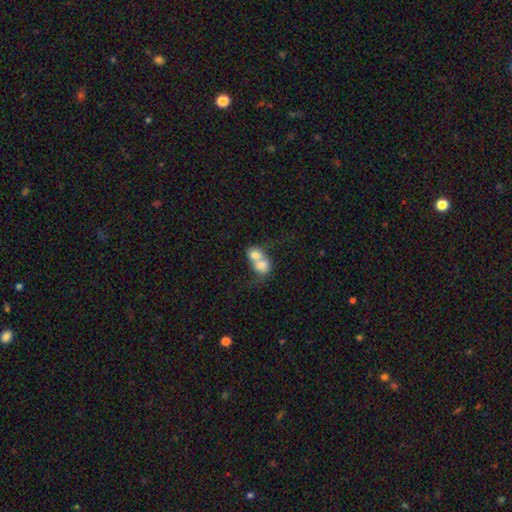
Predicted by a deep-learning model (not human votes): smooth_or_featured: smooth (p=0.68) [alt: featured or disk p=0.23]
how_rounded: in between (p=0.55) [alt: round p=0.43]
merging: merger (p=0.79) [alt: none p=0.11]